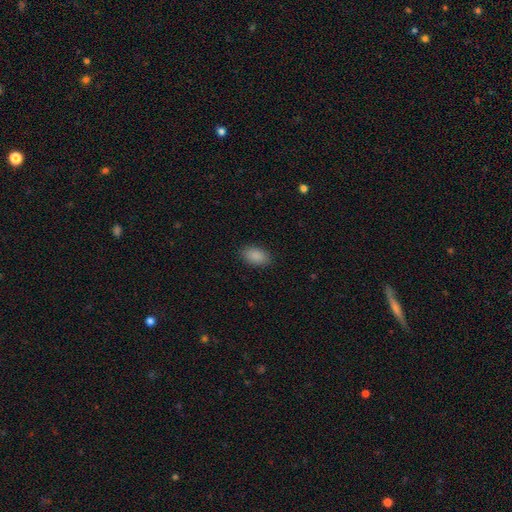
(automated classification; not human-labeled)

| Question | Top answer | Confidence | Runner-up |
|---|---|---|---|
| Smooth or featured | smooth | 89% | star or artifact (7%) |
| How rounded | in between | 92% | round (6%) |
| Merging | none | 88% | minor disturbance (9%) |